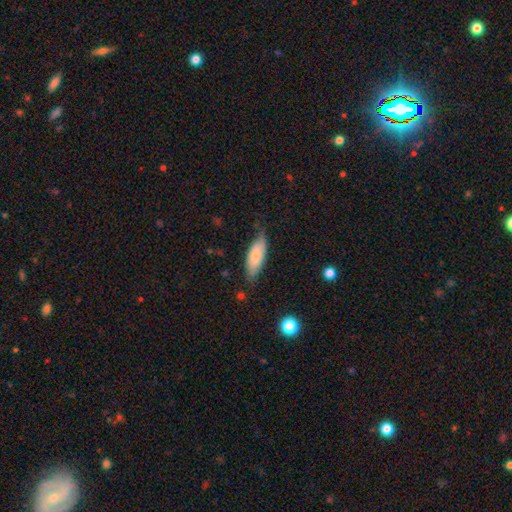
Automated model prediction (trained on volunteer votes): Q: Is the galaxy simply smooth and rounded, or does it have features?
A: smooth — 75%.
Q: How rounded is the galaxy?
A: in between — 74%.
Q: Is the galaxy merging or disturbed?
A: none — 63%.